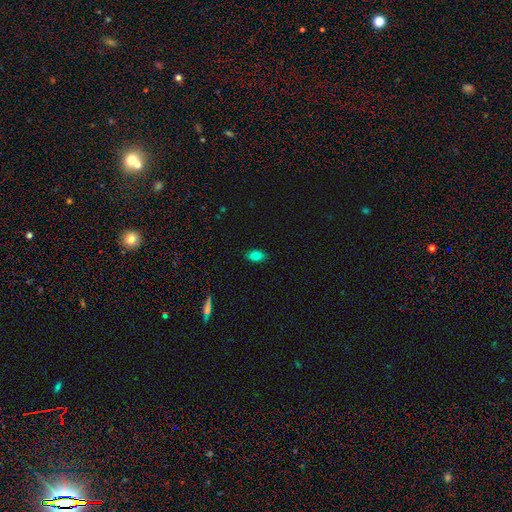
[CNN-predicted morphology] smooth_or_featured: smooth (p=0.81) [alt: star or artifact p=0.10]
how_rounded: in between (p=0.88) [alt: round p=0.09]
merging: none (p=0.88) [alt: minor disturbance p=0.09]